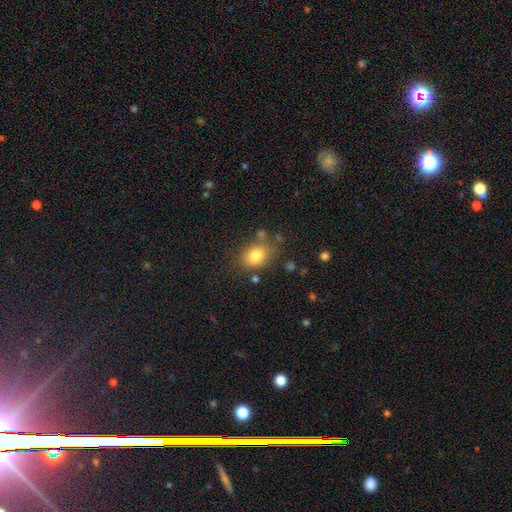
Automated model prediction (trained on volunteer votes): Smooth or featured: smooth — 79% (star or artifact — 10%)
How rounded: in between — 65% (round — 34%)
Merging: none — 72% (minor disturbance — 16%)